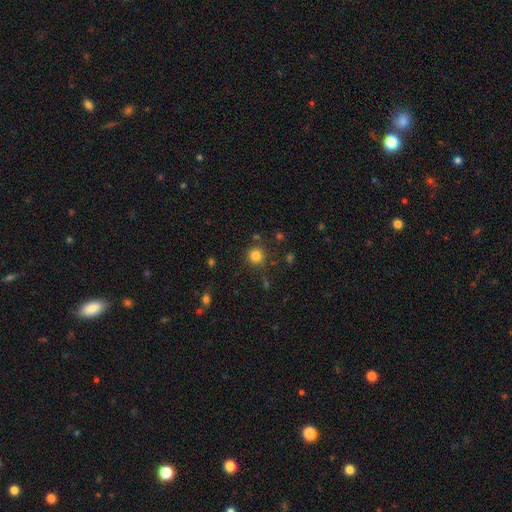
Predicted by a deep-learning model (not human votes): This appears to be a smooth galaxy with no disk features (82%) that is round (94%). Merging: none (85%).